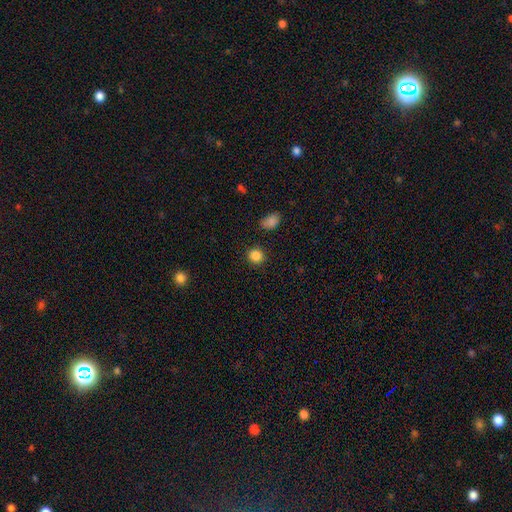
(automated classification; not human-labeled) Smooth or featured? smooth (86%)
How rounded? round (90%)
Merging? none (89%)